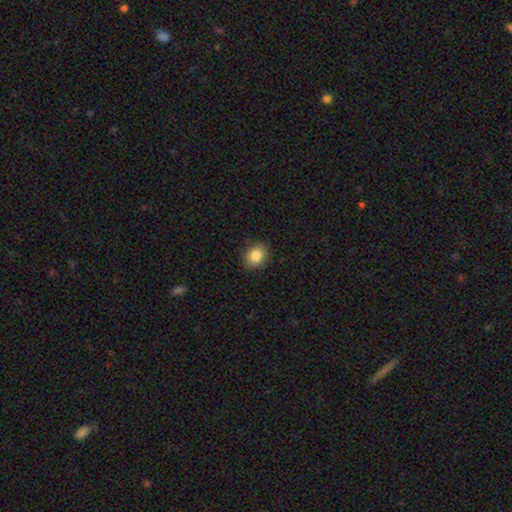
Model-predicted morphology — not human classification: Q: Smooth or featured?
A: smooth (86%); runner-up: star or artifact (9%)
Q: How rounded?
A: round (60%); runner-up: in between (39%)
Q: Merging?
A: none (88%); runner-up: minor disturbance (9%)